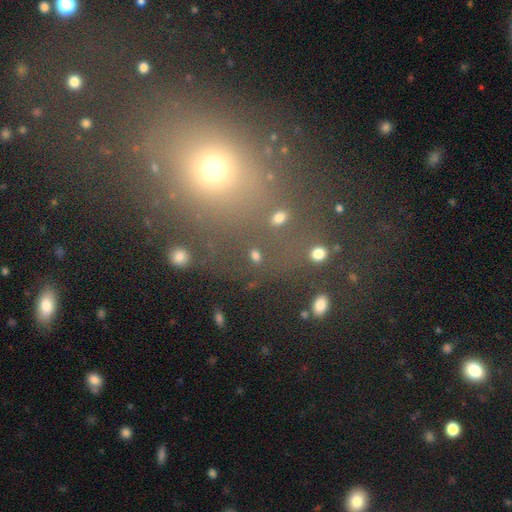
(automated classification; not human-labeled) Smooth or featured? Predicted: smooth (p=0.52). How rounded? Predicted: round (p=0.63). Merging? Predicted: none (p=0.68).